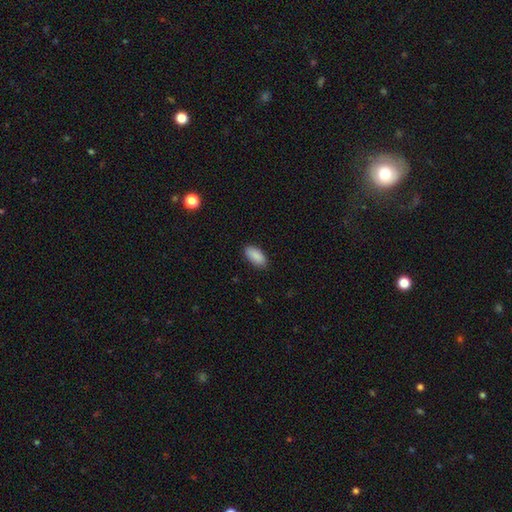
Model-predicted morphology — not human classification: type=smooth (90%); roundness=in between (92%); merging=none (86%).